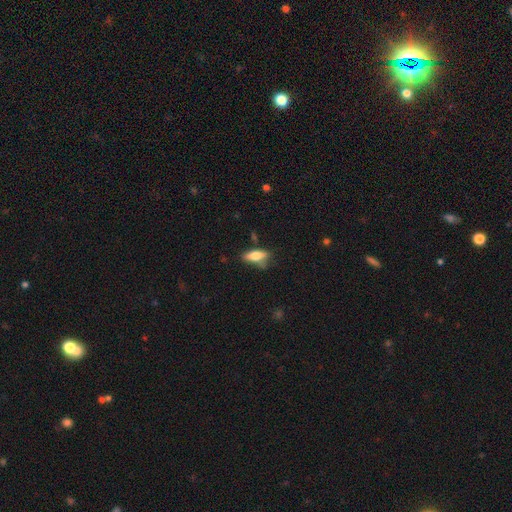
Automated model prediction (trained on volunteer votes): Smooth or featured? Predicted: smooth (p=0.69). How rounded? Predicted: in between (p=0.68). Merging? Predicted: none (p=0.60).